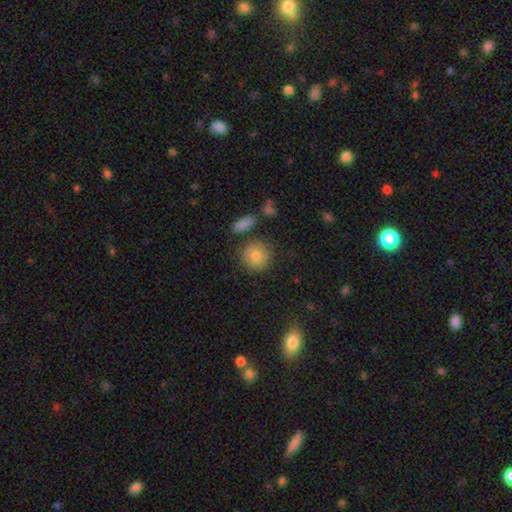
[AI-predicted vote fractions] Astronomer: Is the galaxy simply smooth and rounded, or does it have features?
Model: smooth — 79%.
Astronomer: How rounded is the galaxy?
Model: round — 90%.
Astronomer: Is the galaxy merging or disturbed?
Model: none — 81%.